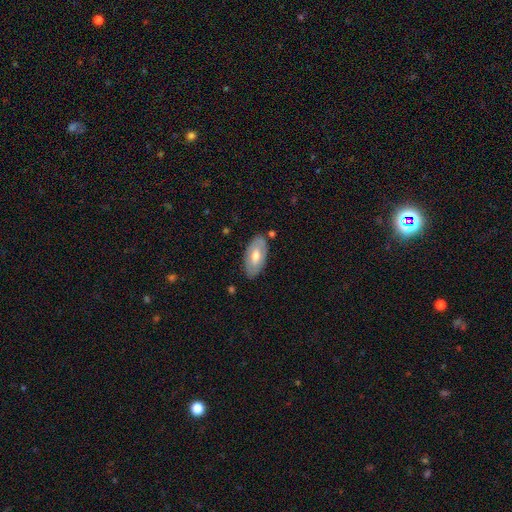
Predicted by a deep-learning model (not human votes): This appears to be a smooth galaxy with no disk features (57%) that is in between round and cigar-shaped (93%). Merging: none (81%).